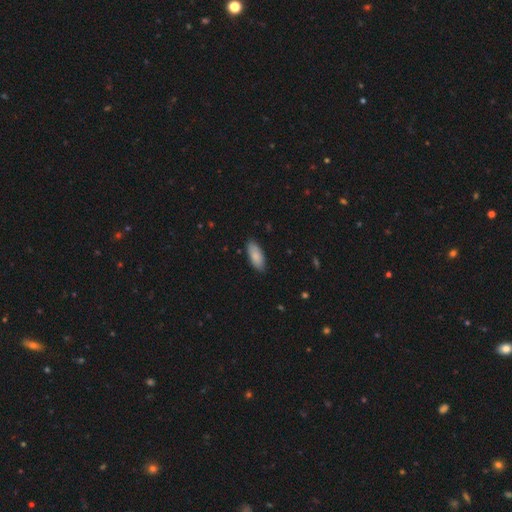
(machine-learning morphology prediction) This is clearly a smooth galaxy (87%). How rounded: clearly in between (83%). Merging: clearly none (86%).